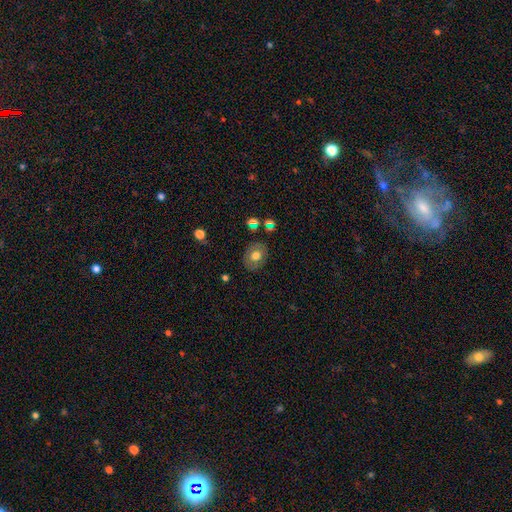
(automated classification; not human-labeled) This is likely a smooth galaxy (63%). How rounded: likely in between (60%). Merging: clearly none (81%).